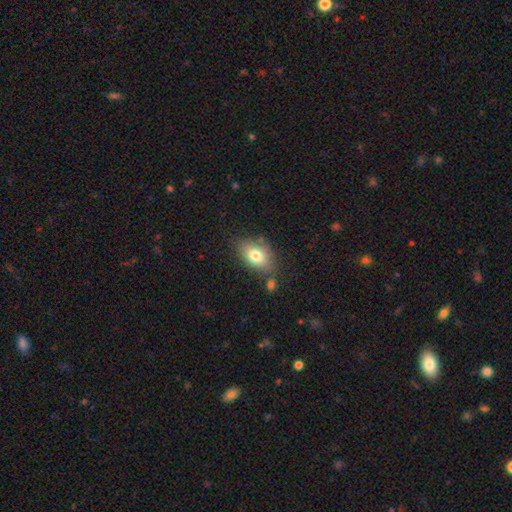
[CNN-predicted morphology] The model was most divided on "merging": none: 70%, minor disturbance: 17%, merger: 8%, major disturbance: 5%. More confident: how rounded — in between (85%); smooth or featured — smooth (77%).